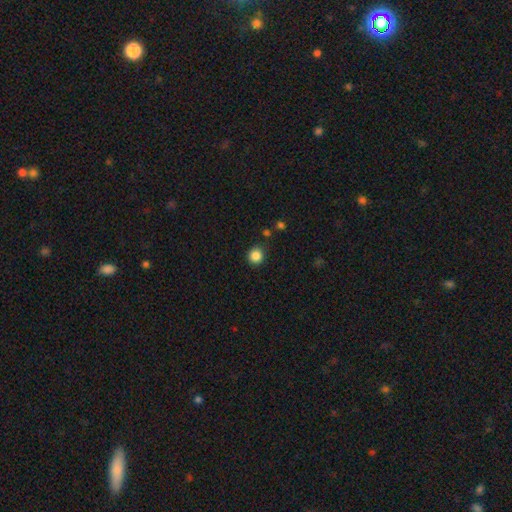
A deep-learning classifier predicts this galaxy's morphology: type=smooth (86%); roundness=round (91%); merging=none (87%).